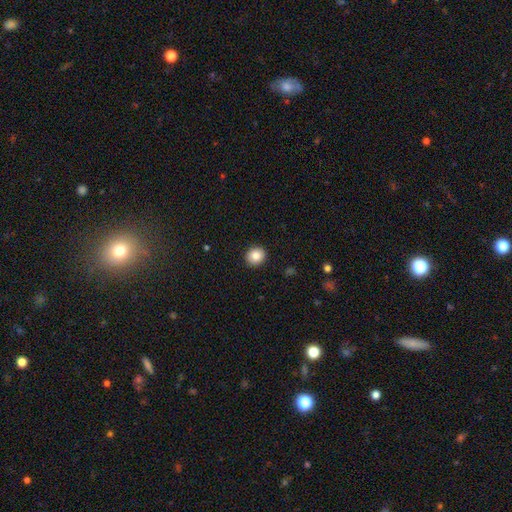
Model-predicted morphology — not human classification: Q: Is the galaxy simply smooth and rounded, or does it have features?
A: smooth — 84%.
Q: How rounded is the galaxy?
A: round — 84%.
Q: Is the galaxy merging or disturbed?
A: none — 92%.